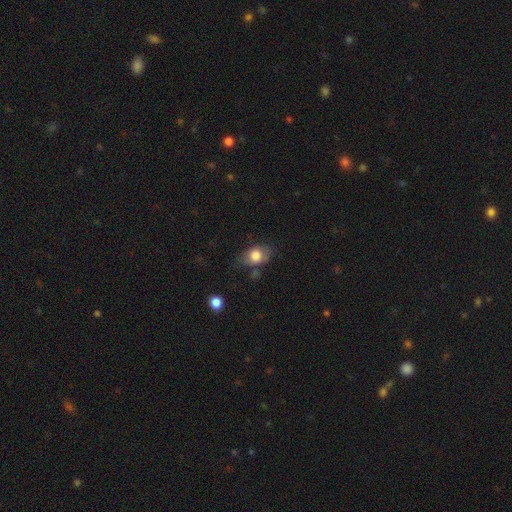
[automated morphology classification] Overall: smooth (74%). How rounded: in between (70%). Merging: none (56%; minor disturbance 28%).